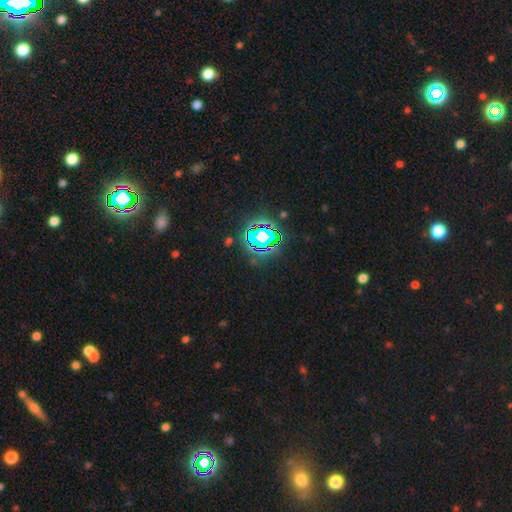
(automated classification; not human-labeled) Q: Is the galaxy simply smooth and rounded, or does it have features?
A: star or artifact — 79%.